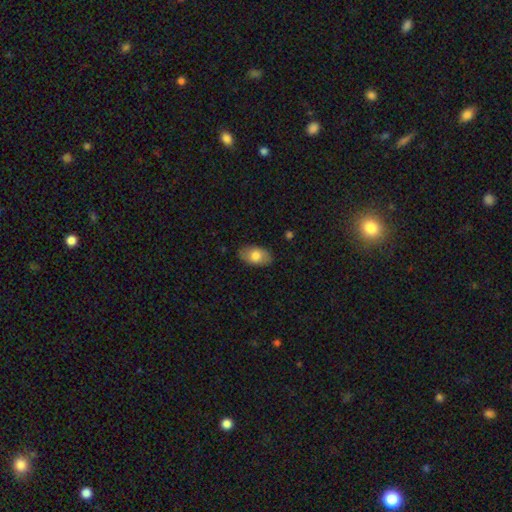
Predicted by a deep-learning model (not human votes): Morphology: type=smooth (76%); roundness=in between (93%); merging=none (85%).